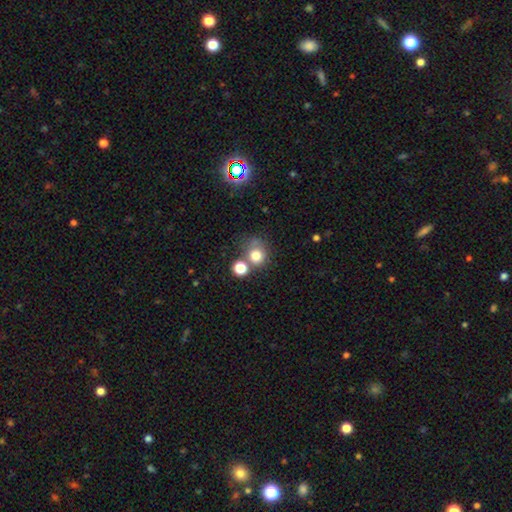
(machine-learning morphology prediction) This appears to be a smooth galaxy with no disk features (77%) that is round (81%). Merging: none (51%).